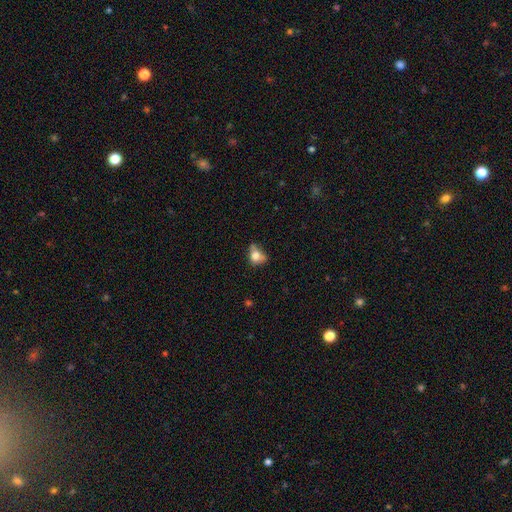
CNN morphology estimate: Smooth or featured?
  - smooth: 71% *
  - featured or disk: 18%
  - star or artifact: 11%
How rounded?
  - in between: 54% *
  - round: 44%
  - cigar-shaped: 2%
Merging?
  - none: 34% *
  - minor disturbance: 33%
  - major disturbance: 18%
  - merger: 15%